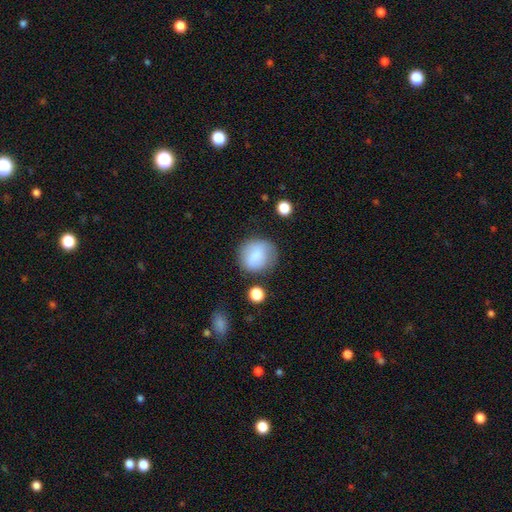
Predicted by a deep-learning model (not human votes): Smooth or featured?
  - smooth: 79% *
  - featured or disk: 13%
  - star or artifact: 8%
How rounded?
  - round: 78% *
  - in between: 21%
  - cigar-shaped: 1%
Merging?
  - none: 69% *
  - minor disturbance: 19%
  - major disturbance: 8%
  - merger: 4%